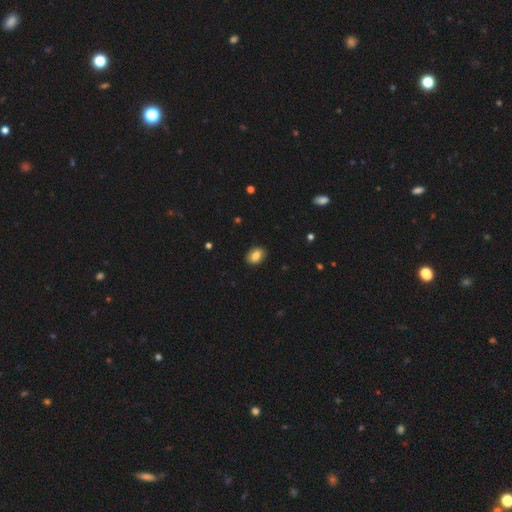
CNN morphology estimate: Overall: smooth (84%). How rounded: in between (73%). Merging: none (87%).